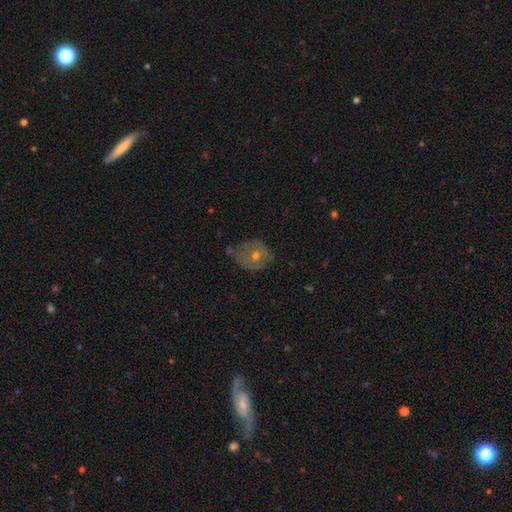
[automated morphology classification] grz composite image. It shows a featured or disk galaxy (45%). Merging: none (59%).